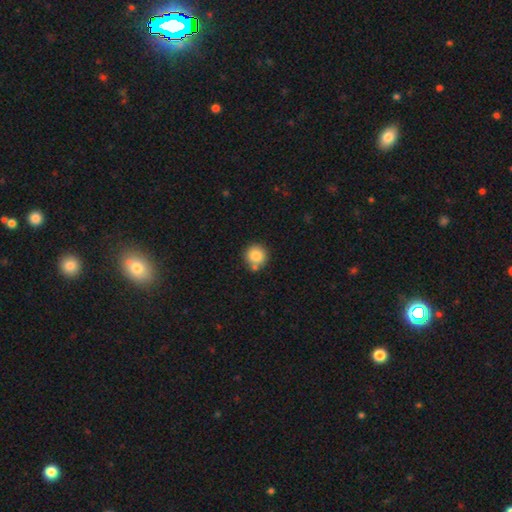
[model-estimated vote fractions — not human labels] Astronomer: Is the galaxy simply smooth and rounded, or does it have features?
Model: smooth — 83%.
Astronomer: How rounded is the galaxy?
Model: round — 93%.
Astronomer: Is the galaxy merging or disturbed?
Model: none — 72%.